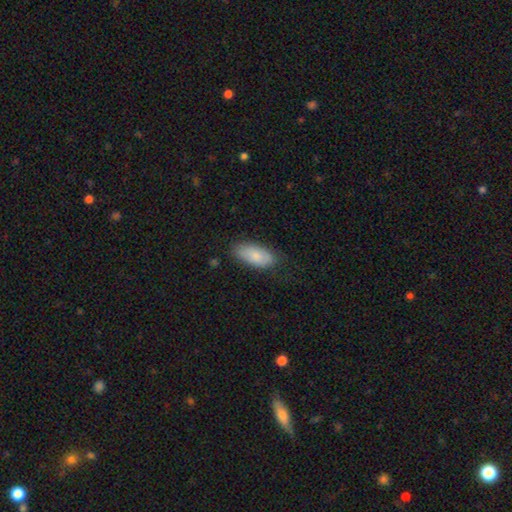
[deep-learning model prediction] This appears to be a smooth galaxy with no disk features (82%) that is in between round and cigar-shaped (90%). Merging: none (78%).